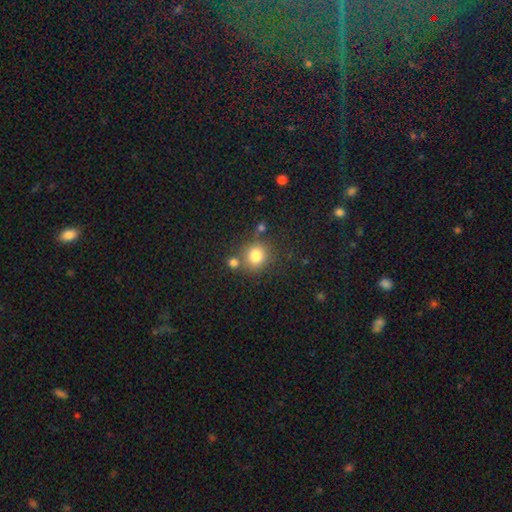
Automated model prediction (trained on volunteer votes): Smooth or featured? smooth (80%)
How rounded? round (86%)
Merging? none (69%)